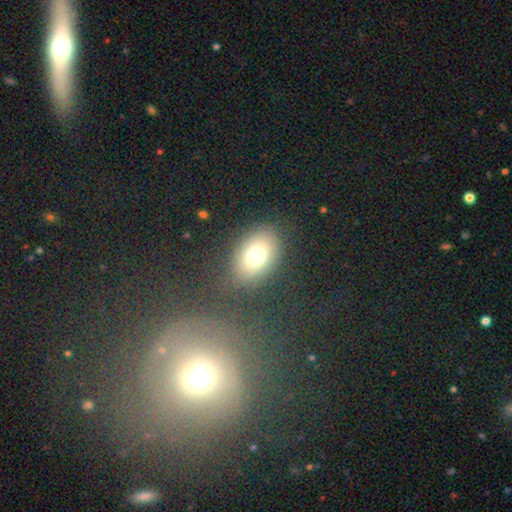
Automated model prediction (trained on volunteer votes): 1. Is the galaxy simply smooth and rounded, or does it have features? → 72% smooth, 14% featured or disk, 13% star or artifact.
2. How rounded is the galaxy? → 71% in between, 27% round, 1% cigar-shaped.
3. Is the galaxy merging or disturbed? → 82% none, 10% minor disturbance, 6% major disturbance, 3% merger.